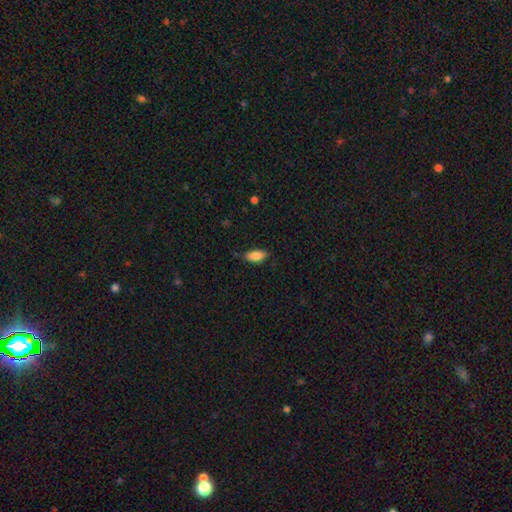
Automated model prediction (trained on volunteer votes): Q: Smooth or featured?
A: smooth (85%); runner-up: featured or disk (7%)
Q: How rounded?
A: in between (89%); runner-up: cigar-shaped (9%)
Q: Merging?
A: none (81%); runner-up: minor disturbance (15%)